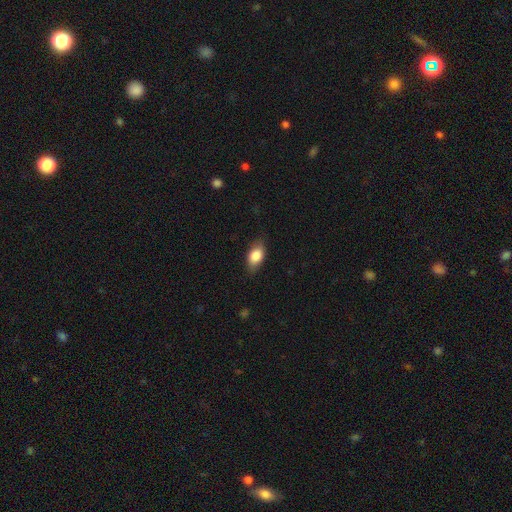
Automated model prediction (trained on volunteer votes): A smooth galaxy with no disk features (82%) that is in between round and cigar-shaped (87%). Merging: none (79%).